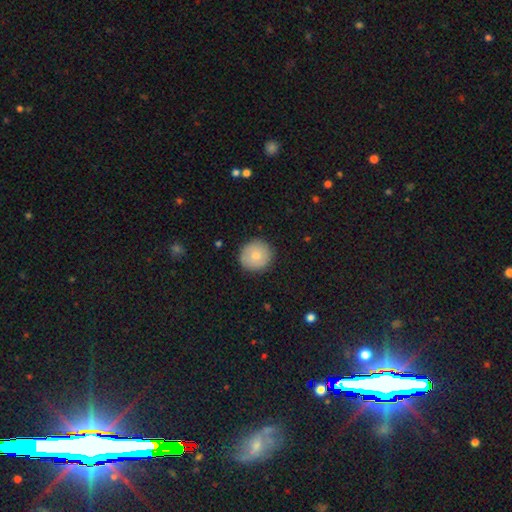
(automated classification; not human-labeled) Smooth or featured? Predicted: smooth (p=0.79). How rounded? Predicted: round (p=0.94). Merging? Predicted: none (p=0.89).